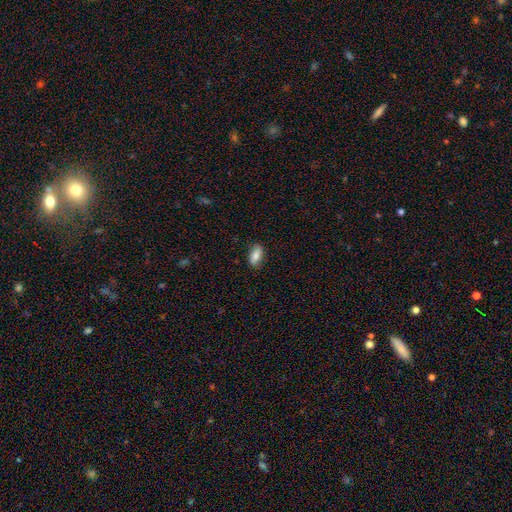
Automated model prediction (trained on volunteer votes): smooth-or-featured: smooth: 83% | featured or disk: 11% | star or artifact: 7%
  how-rounded: in between: 86% | cigar-shaped: 11% | round: 3%
  merging: none: 85% | minor disturbance: 12% | major disturbance: 2% | merger: 1%